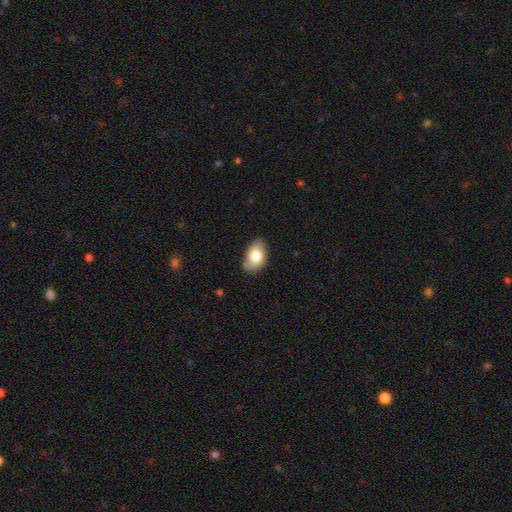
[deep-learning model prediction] Q: Smooth or featured?
A: smooth (78%); runner-up: featured or disk (15%)
Q: How rounded?
A: in between (89%); runner-up: round (10%)
Q: Merging?
A: none (75%); runner-up: minor disturbance (20%)